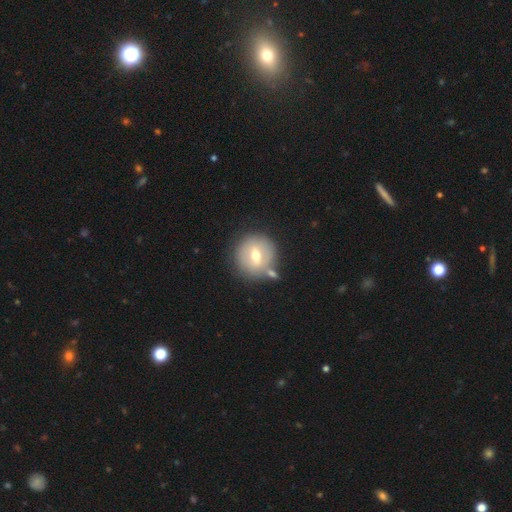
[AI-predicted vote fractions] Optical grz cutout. It shows a smooth galaxy with no disk features (54%) that is round (92%). Merging: none (74%).